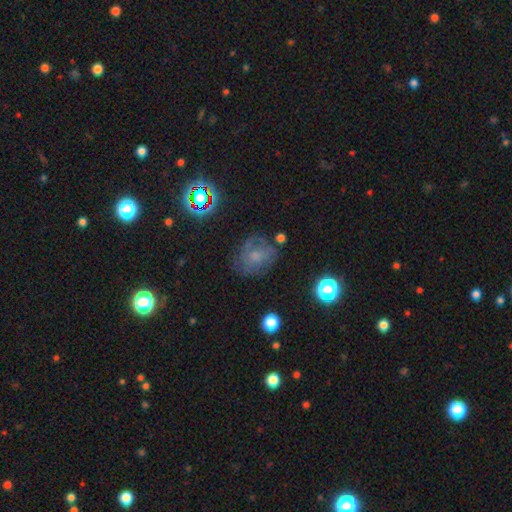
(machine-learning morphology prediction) Overall: featured or disk (42%; smooth 39%). Merging: none (60%; minor disturbance 22%).